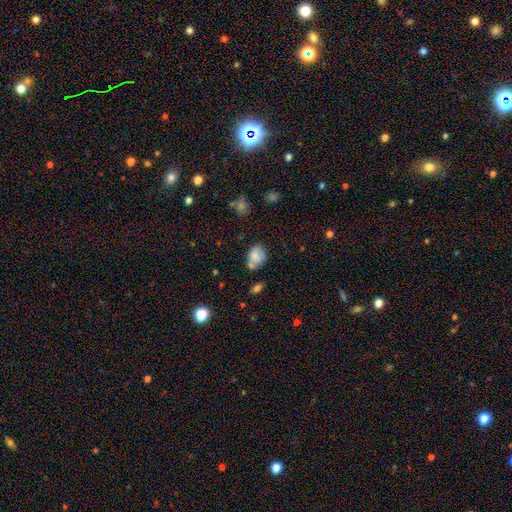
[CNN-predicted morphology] Smooth or featured? smooth (70%)
How rounded? in between (67%)
Merging? none (55%)